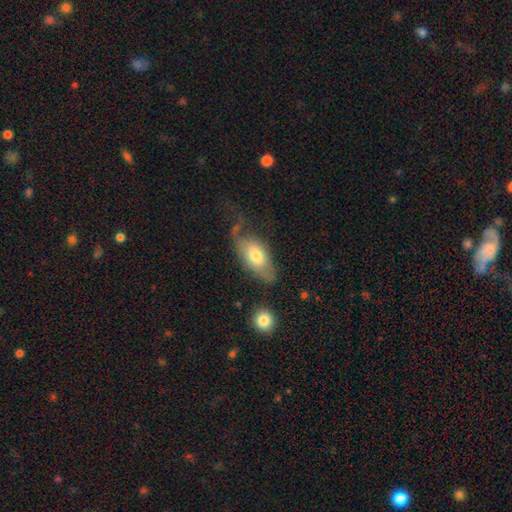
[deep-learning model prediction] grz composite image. It shows a smooth galaxy with no disk features (67%) that is in between round and cigar-shaped (89%). Merging: none (42%).